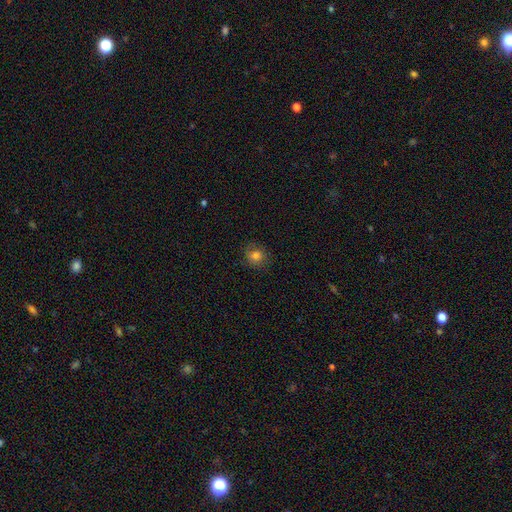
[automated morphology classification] Smooth or featured? Predicted: smooth (p=0.78). How rounded? Predicted: round (p=0.80). Merging? Predicted: none (p=0.80).